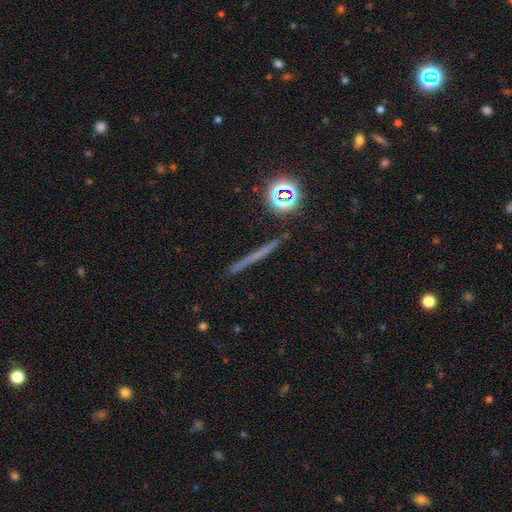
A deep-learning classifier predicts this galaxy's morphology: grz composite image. It shows a featured or disk galaxy (40%). Merging: none (90%).